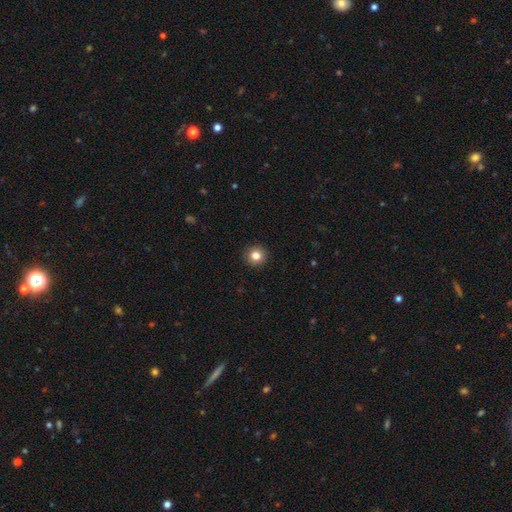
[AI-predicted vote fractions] This is clearly a smooth galaxy (83%). How rounded: clearly round (93%). Merging: clearly none (93%).